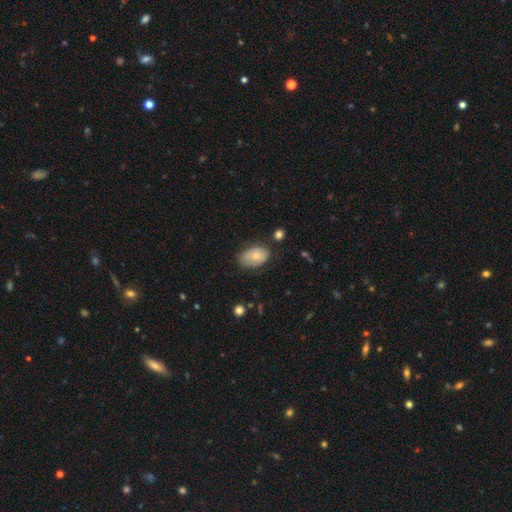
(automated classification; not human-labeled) The model was most divided on "merging": none: 63%, minor disturbance: 28%, major disturbance: 6%, merger: 3%. More confident: how rounded — in between (88%); smooth or featured — smooth (68%).